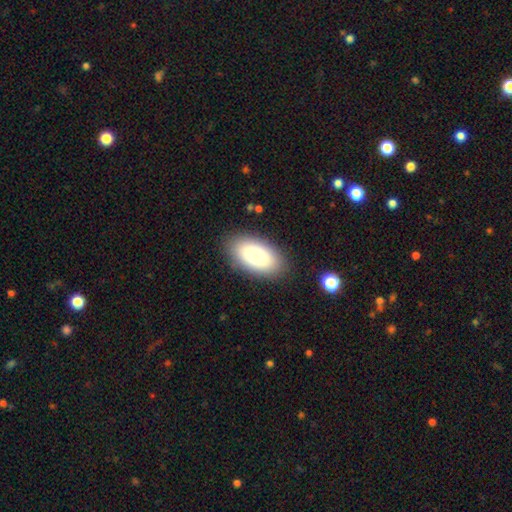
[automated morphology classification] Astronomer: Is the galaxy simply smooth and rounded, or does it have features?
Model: smooth — 84%.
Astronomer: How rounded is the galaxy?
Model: in between — 94%.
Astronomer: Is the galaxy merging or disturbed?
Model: none — 85%.